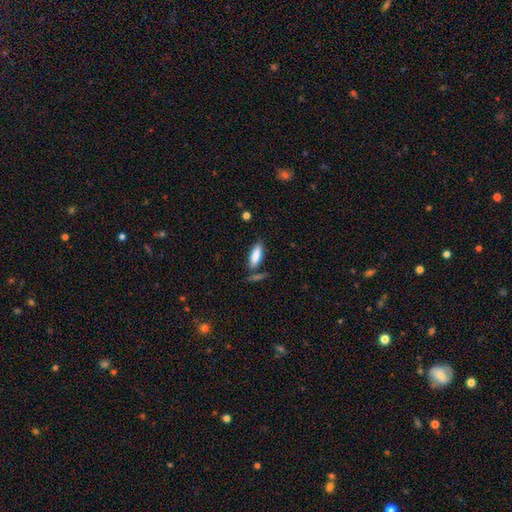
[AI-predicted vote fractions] This appears to be a smooth galaxy with no disk features (85%) that is in between round and cigar-shaped (69%). Merging: none (69%).